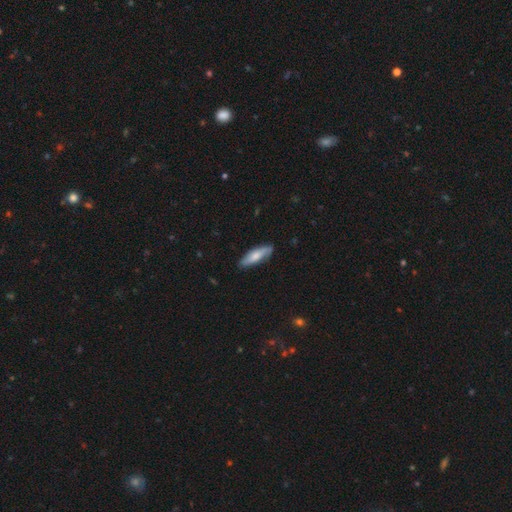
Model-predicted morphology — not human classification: smooth-or-featured: smooth: 67% | featured or disk: 27% | star or artifact: 6%
  how-rounded: cigar-shaped: 54% | in between: 44% | round: 2%
  merging: none: 81% | minor disturbance: 15% | major disturbance: 2% | merger: 1%